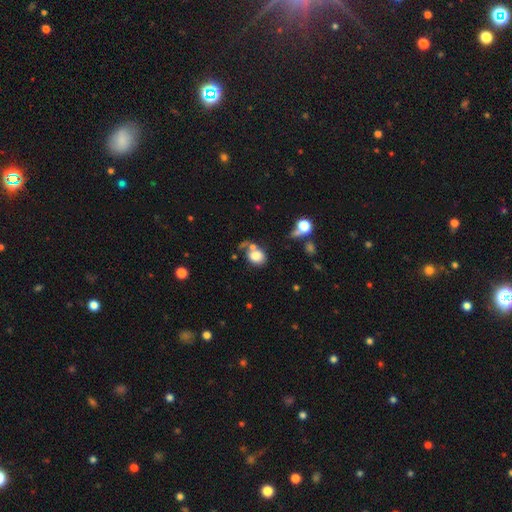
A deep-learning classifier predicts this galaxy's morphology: This appears to be a smooth galaxy with no disk features (79%) that is round (58%). Merging: none (42%).